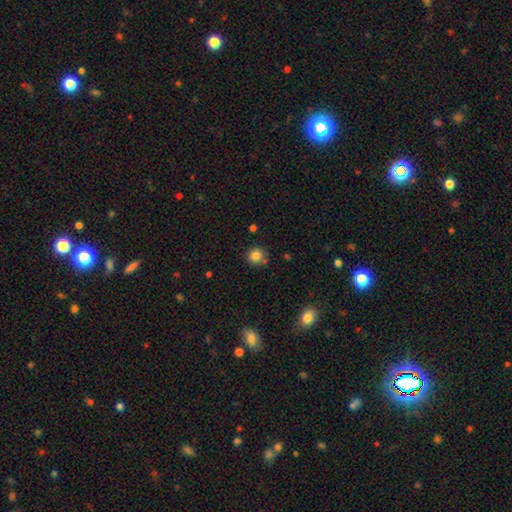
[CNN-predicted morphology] Smooth or featured? smooth (84%)
How rounded? round (92%)
Merging? none (81%)